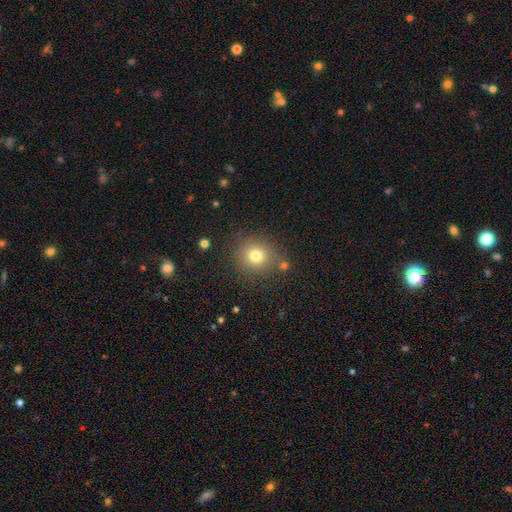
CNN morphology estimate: Overall: smooth (76%). How rounded: round (87%). Merging: none (80%).